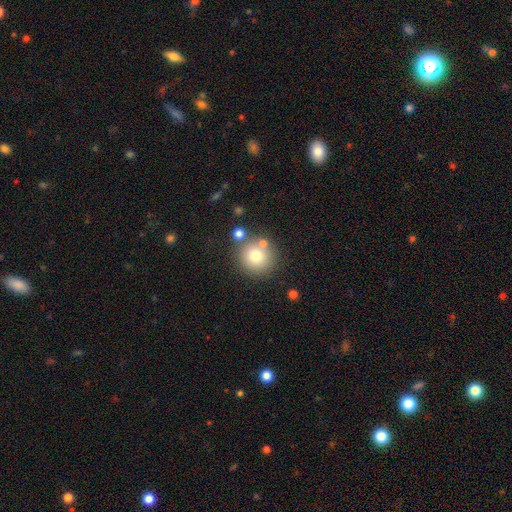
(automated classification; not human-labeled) Morphology: type=smooth (75%); roundness=round (93%); merging=none (74%).